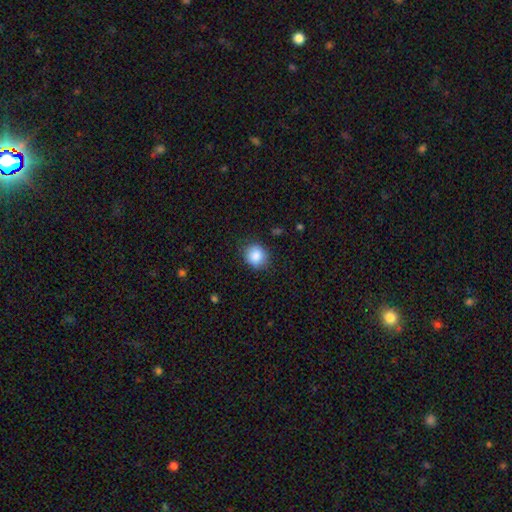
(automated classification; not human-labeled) A smooth galaxy with no disk features (87%) that is round (80%). Merging: none (84%).